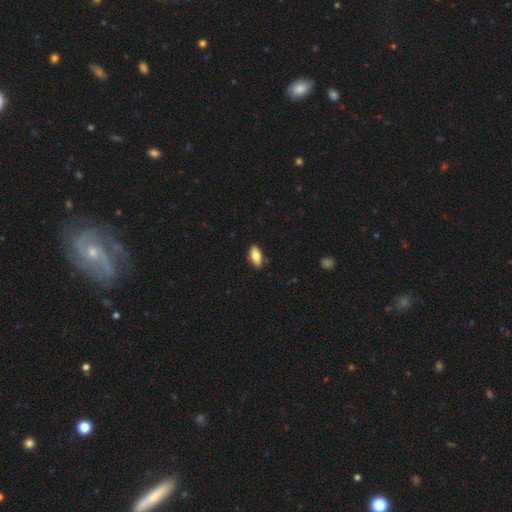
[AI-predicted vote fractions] Smooth or featured: smooth — 75% (featured or disk — 18%)
How rounded: in between — 87% (cigar-shaped — 10%)
Merging: none — 84% (minor disturbance — 12%)